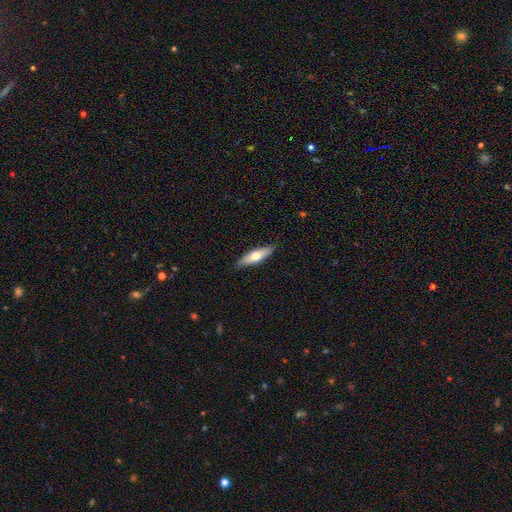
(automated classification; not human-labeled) Smooth or featured? Predicted: smooth (p=0.59). How rounded? Predicted: cigar-shaped (p=0.57). Merging? Predicted: none (p=0.86).